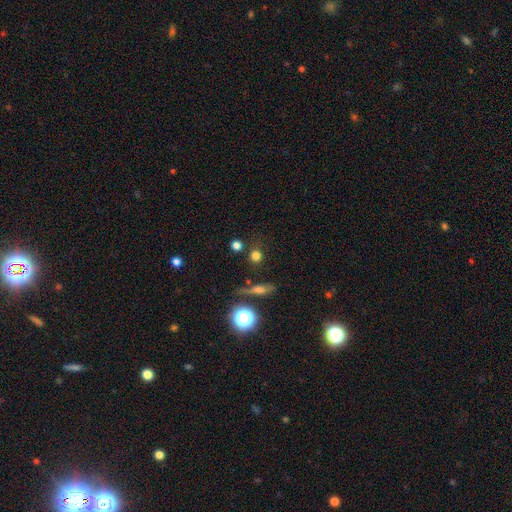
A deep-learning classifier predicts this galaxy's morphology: Smooth or featured?
  - smooth: 72% *
  - star or artifact: 18%
  - featured or disk: 9%
How rounded?
  - round: 88% *
  - in between: 8%
  - cigar-shaped: 4%
Merging?
  - none: 80% *
  - minor disturbance: 10%
  - merger: 7%
  - major disturbance: 4%